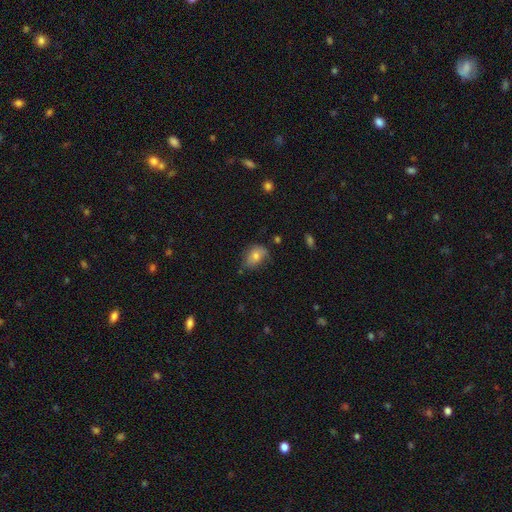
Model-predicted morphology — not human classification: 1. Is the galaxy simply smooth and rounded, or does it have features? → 75% smooth, 15% featured or disk, 9% star or artifact.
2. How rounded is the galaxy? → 82% in between, 17% round, 2% cigar-shaped.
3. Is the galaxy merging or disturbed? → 60% none, 31% minor disturbance, 7% major disturbance, 3% merger.